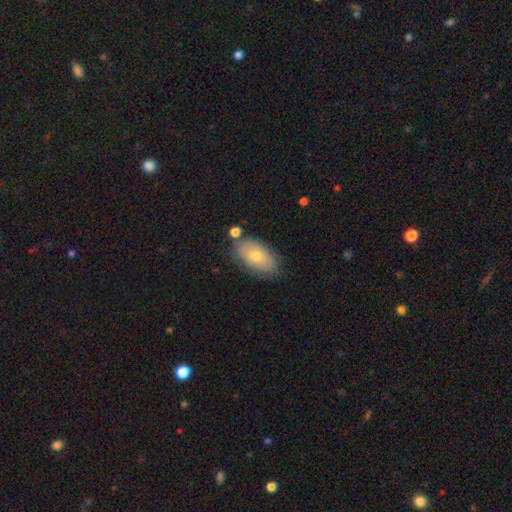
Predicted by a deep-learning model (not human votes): A smooth galaxy with no disk features (67%) that is in between round and cigar-shaped (92%). Merging: none (74%).